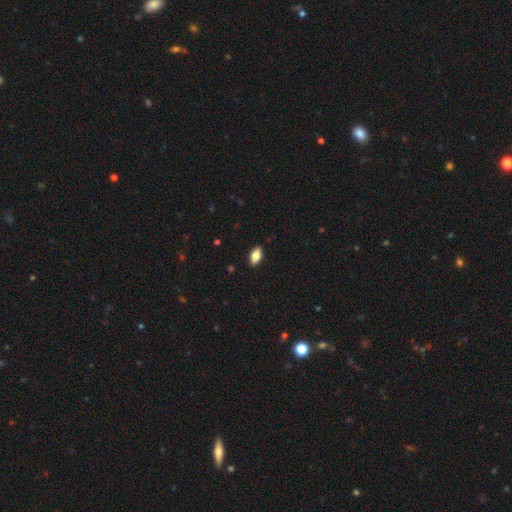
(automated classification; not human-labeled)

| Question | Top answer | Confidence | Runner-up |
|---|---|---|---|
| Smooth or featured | smooth | 78% | featured or disk (15%) |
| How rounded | in between | 90% | cigar-shaped (7%) |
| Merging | none | 89% | minor disturbance (9%) |